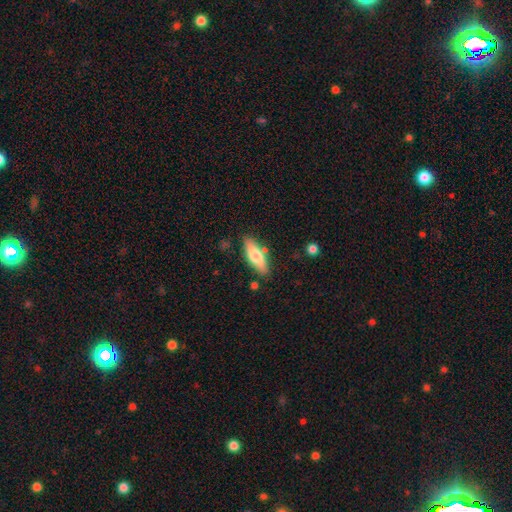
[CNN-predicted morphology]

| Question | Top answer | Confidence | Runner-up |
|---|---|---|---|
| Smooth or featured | smooth | 68% | featured or disk (26%) |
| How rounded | in between | 59% | cigar-shaped (39%) |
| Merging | none | 79% | minor disturbance (13%) |